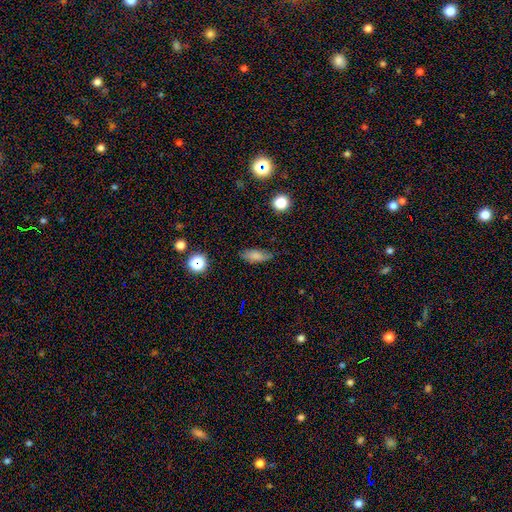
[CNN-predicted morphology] Smooth or featured? Predicted: smooth (p=0.76). How rounded? Predicted: in between (p=0.70). Merging? Predicted: none (p=0.73).